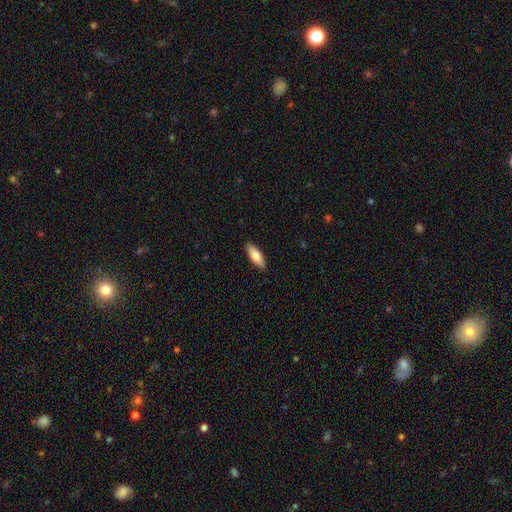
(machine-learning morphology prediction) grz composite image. It shows a smooth galaxy with no disk features (81%) that is in between round and cigar-shaped (61%). Merging: none (89%).